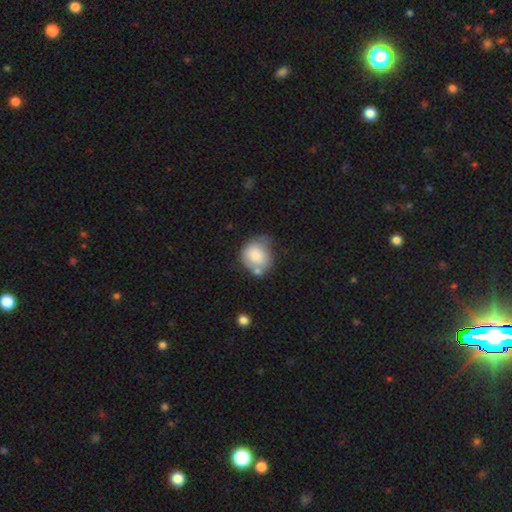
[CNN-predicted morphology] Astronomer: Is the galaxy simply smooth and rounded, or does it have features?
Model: smooth — 78%.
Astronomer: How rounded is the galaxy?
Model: round — 65%.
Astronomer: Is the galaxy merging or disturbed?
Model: none — 41% (runner-up: minor disturbance, 31%).